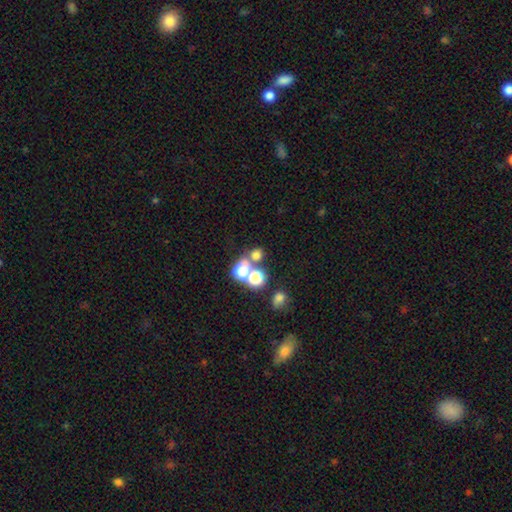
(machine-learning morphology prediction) A smooth galaxy with no disk features (65%) that is round (78%). Merging: none (51%).